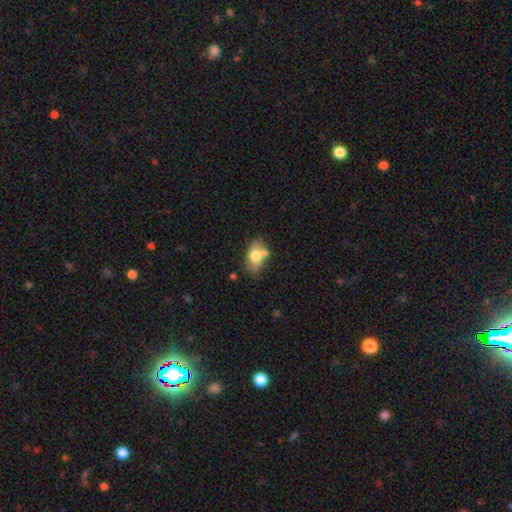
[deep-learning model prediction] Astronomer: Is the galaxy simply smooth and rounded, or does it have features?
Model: smooth — 69%.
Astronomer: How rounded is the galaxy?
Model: in between — 85%.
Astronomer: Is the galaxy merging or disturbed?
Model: none — 52%.